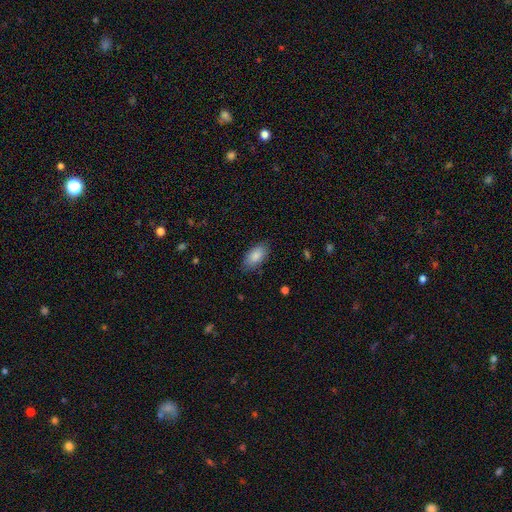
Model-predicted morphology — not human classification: smooth-or-featured: smooth: 87% | featured or disk: 7% | star or artifact: 7%
  how-rounded: in between: 93% | cigar-shaped: 4% | round: 3%
  merging: none: 82% | minor disturbance: 14% | major disturbance: 3% | merger: 1%